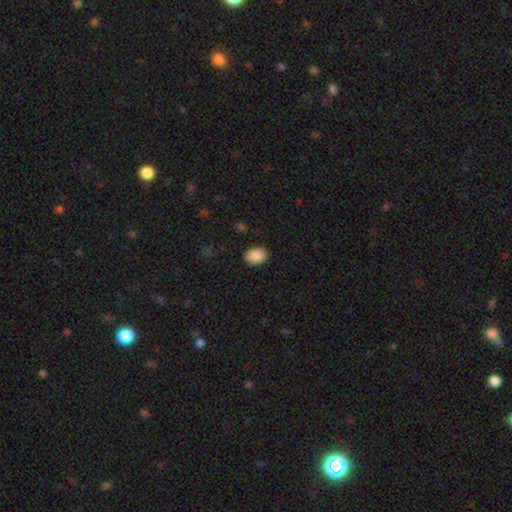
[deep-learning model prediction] smooth-or-featured: smooth: 90% | star or artifact: 7% | featured or disk: 3%
  how-rounded: in between: 75% | round: 24% | cigar-shaped: 1%
  merging: none: 88% | minor disturbance: 8% | major disturbance: 2% | merger: 1%